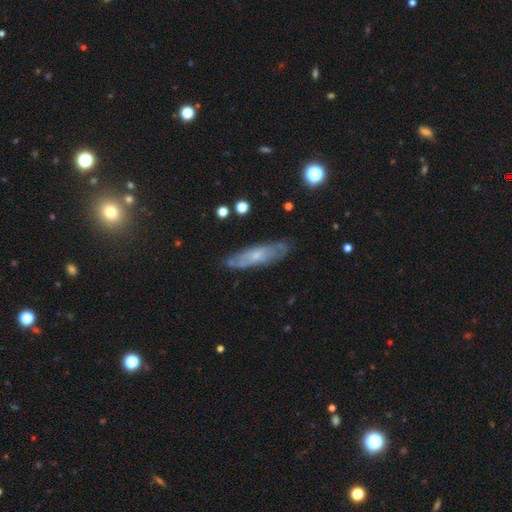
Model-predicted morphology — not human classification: type=featured or disk (54%); edge-on=no (61%); merging=none (77%).